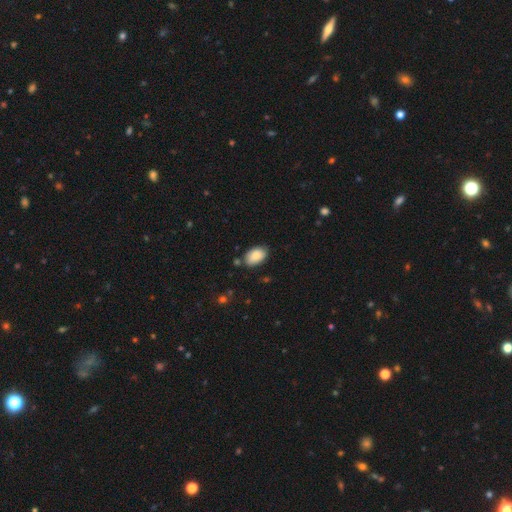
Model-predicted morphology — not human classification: smooth 87%, star or artifact 7%, featured or disk 6%. Down the decision tree: how rounded — in between (91%); merging — none (74%).